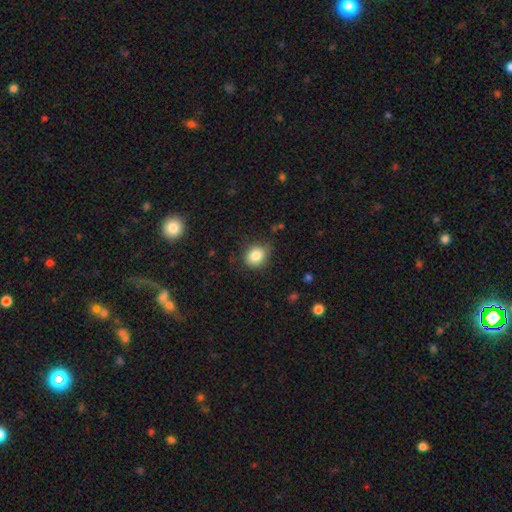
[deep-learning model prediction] smooth 85%, star or artifact 9%, featured or disk 6%. Down the decision tree: how rounded — round (57%); merging — none (74%).